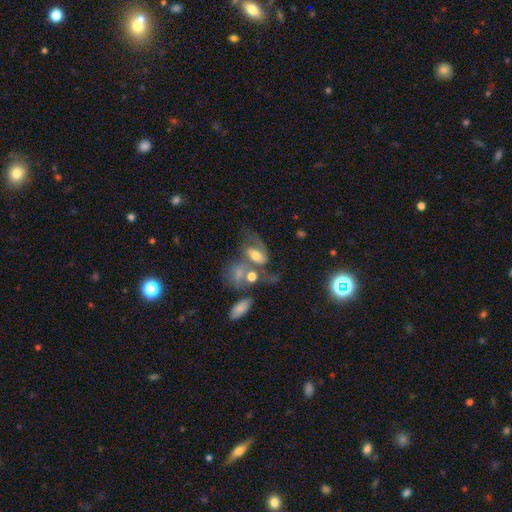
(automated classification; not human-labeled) smooth_or_featured: featured or disk (p=0.53) [alt: smooth p=0.36]
disk_edge_on: no (p=0.93) [alt: yes p=0.07]
merging: merger (p=0.34) [alt: none p=0.29]